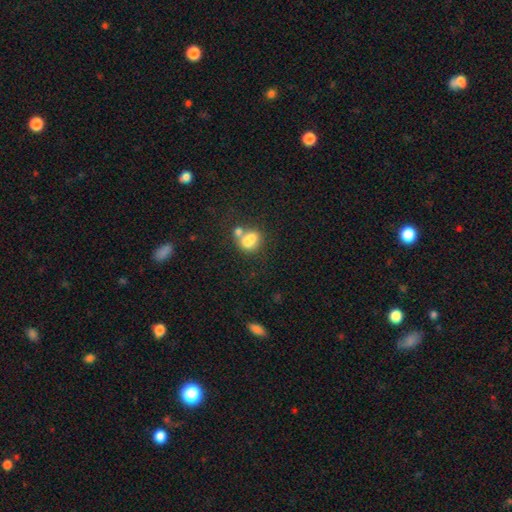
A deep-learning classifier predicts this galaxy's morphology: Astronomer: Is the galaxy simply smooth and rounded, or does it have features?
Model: smooth — 57% (runner-up: star or artifact, 34%).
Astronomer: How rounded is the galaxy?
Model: round — 81%.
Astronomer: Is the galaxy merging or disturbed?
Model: none — 61%.